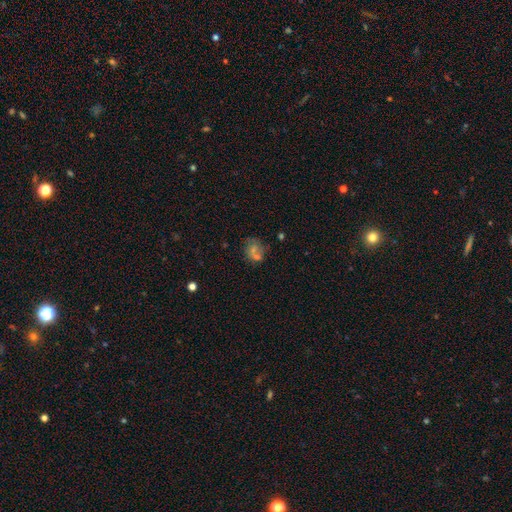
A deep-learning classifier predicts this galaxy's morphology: A smooth galaxy with no disk features (43%).

Vote fractions:
- Smooth or featured? smooth: 43% / featured or disk: 33% / star or artifact: 24%
- Merging? none: 54% / merger: 20% / minor disturbance: 17% / major disturbance: 10%